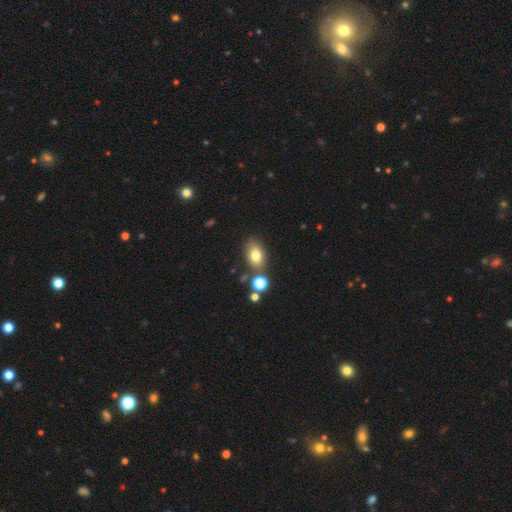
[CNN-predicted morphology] This appears to be a smooth galaxy with no disk features (78%) that is in between round and cigar-shaped (83%). Merging: none (73%).